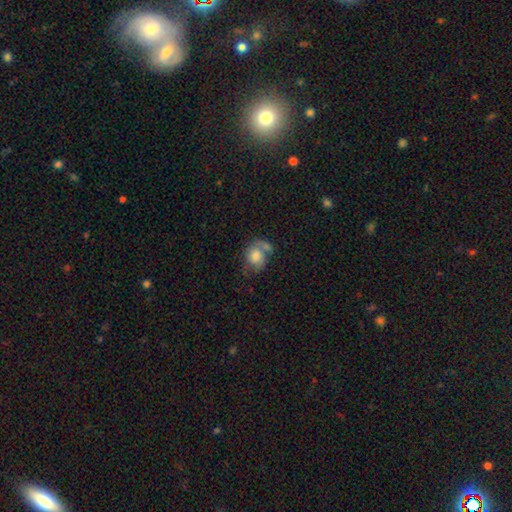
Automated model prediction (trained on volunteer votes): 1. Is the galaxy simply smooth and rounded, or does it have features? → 70% smooth, 22% featured or disk, 8% star or artifact.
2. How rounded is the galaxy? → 52% in between, 47% round, 1% cigar-shaped.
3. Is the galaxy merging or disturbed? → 35% merger, 30% none, 18% minor disturbance, 16% major disturbance.